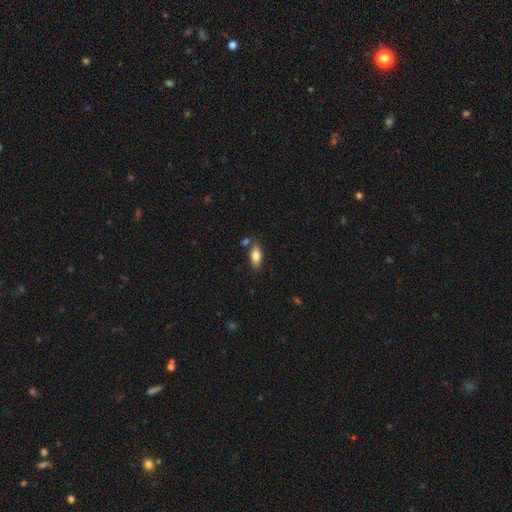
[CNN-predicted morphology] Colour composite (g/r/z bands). It shows a smooth galaxy with no disk features (79%) that is in between round and cigar-shaped (86%). Merging: none (75%).